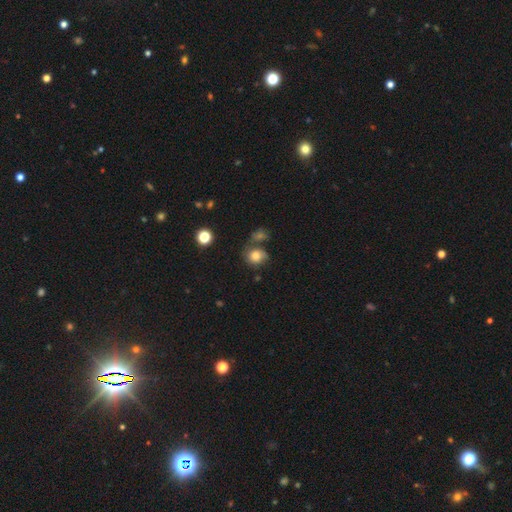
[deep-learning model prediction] Smooth or featured: smooth — 71% (featured or disk — 18%)
How rounded: round — 72% (in between — 27%)
Merging: none — 44% (merger — 24%)